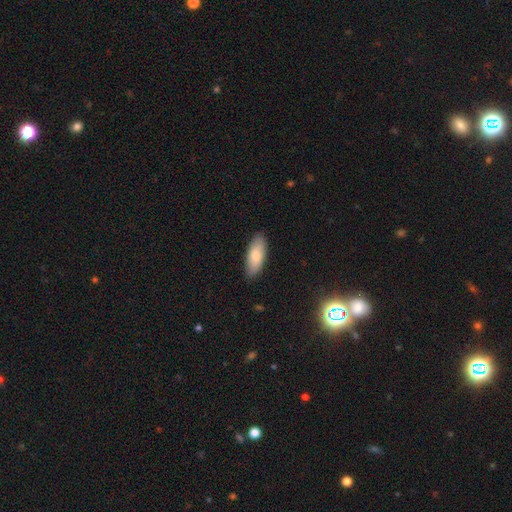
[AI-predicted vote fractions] smooth 78%, featured or disk 16%, star or artifact 6%. Down the decision tree: how rounded — in between (79%); merging — none (87%).